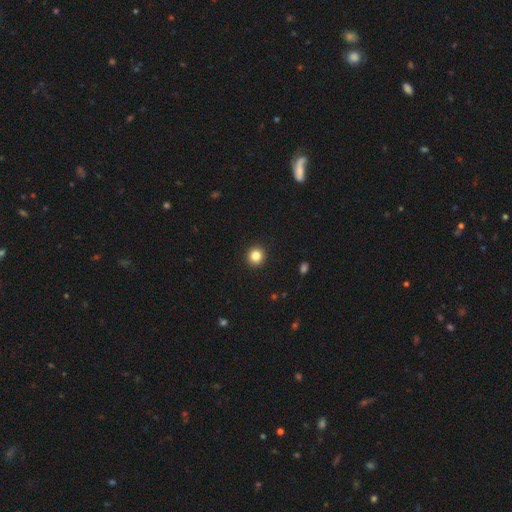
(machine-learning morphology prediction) Smooth or featured?
  - smooth: 84% *
  - star or artifact: 11%
  - featured or disk: 5%
How rounded?
  - round: 94% *
  - in between: 6%
  - cigar-shaped: 1%
Merging?
  - none: 93% *
  - minor disturbance: 4%
  - major disturbance: 2%
  - merger: 1%